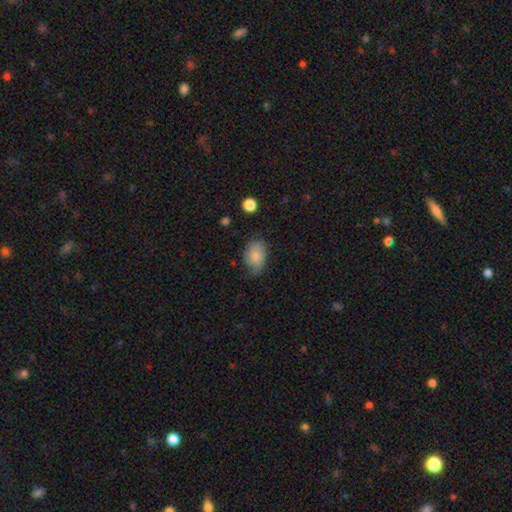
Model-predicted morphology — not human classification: This is likely a smooth galaxy (79%). How rounded: clearly in between (83%). Merging: possibly none (56%).